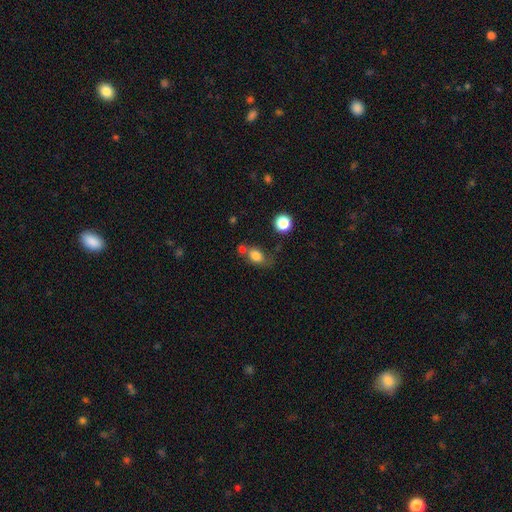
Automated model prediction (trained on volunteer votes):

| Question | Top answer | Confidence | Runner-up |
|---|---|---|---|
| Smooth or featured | smooth | 79% | star or artifact (11%) |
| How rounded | in between | 66% | round (32%) |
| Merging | none | 45% | merger (26%) |